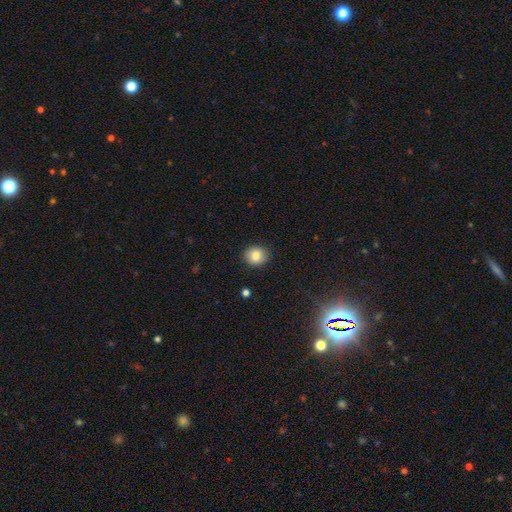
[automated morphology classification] Overall: smooth (83%). How rounded: round (80%). Merging: none (89%).